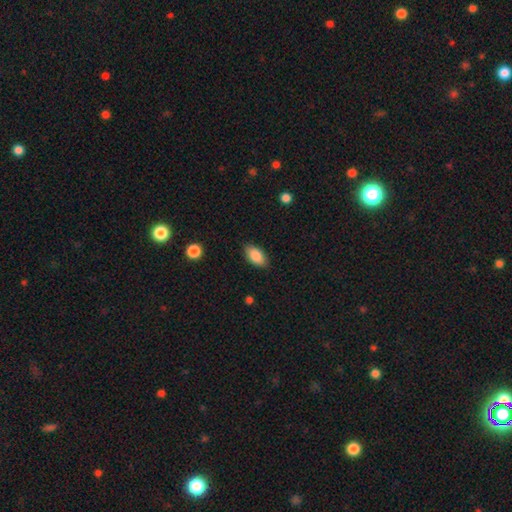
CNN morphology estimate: Smooth or featured: smooth — 86% (star or artifact — 7%)
How rounded: in between — 92% (round — 4%)
Merging: none — 86% (minor disturbance — 10%)